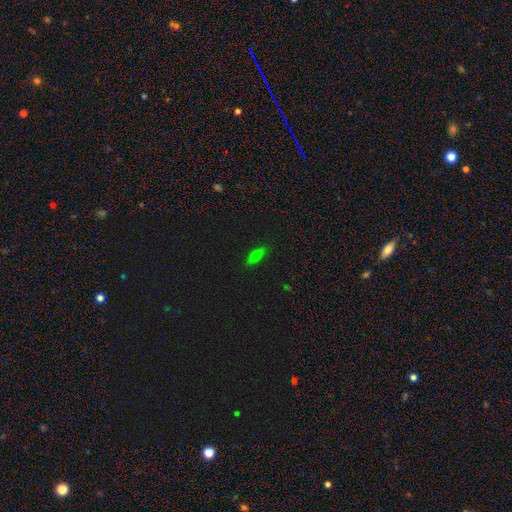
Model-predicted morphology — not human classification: The model was most divided on "how rounded": in between: 69%, cigar-shaped: 25%, round: 6%. More confident: merging — none (87%); smooth or featured — smooth (65%).